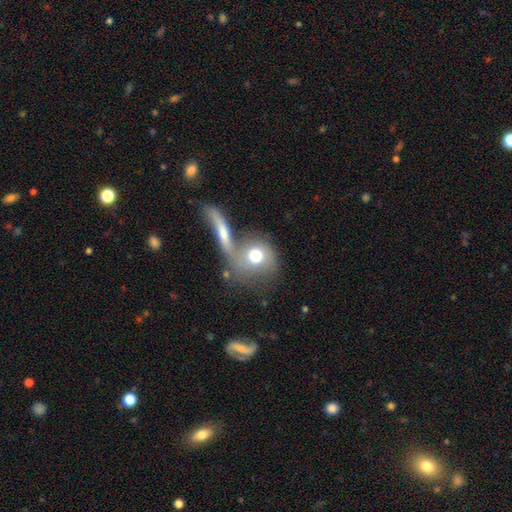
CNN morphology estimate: A smooth galaxy with no disk features (64%) that is round (77%). Merging: merger (43%).